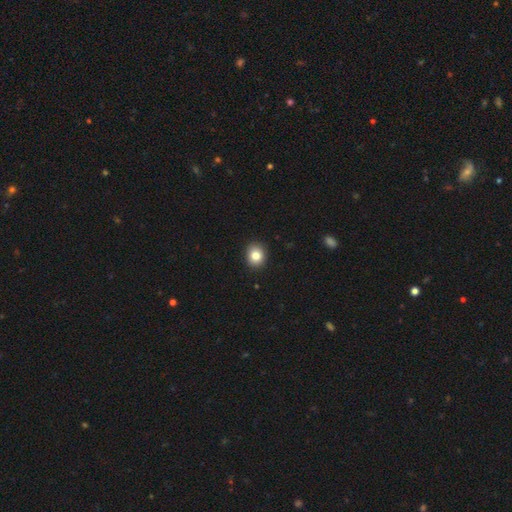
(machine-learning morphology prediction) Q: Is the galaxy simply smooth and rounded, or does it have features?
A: smooth — 82%.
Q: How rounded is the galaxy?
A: round — 72%.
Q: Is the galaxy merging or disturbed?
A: none — 91%.